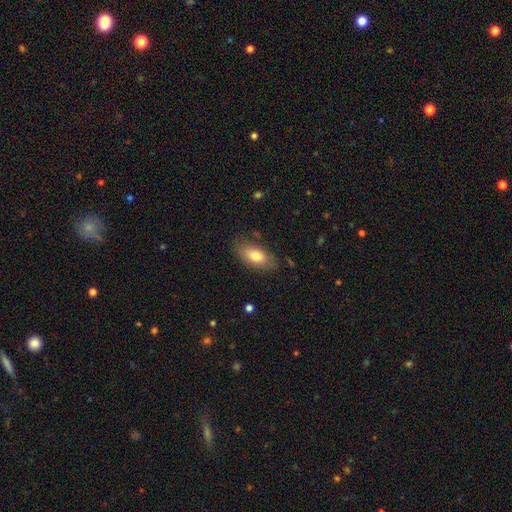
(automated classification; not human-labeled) smooth 77%, featured or disk 16%, star or artifact 7%. Down the decision tree: how rounded — in between (90%); merging — none (76%).